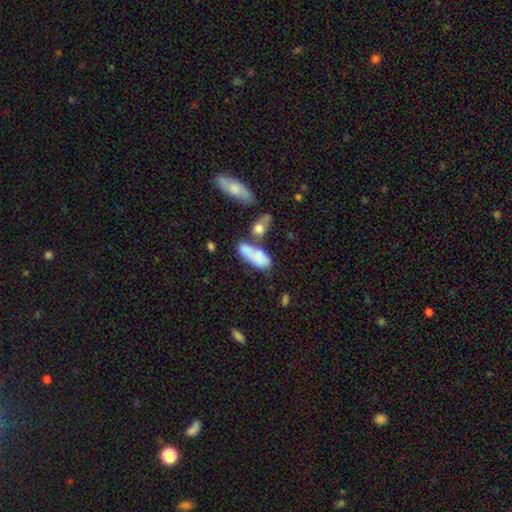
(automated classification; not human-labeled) The model was most divided on "merging": merger: 42%, none: 29%, minor disturbance: 18%, major disturbance: 11%. More confident: how rounded — in between (78%); smooth or featured — smooth (71%).